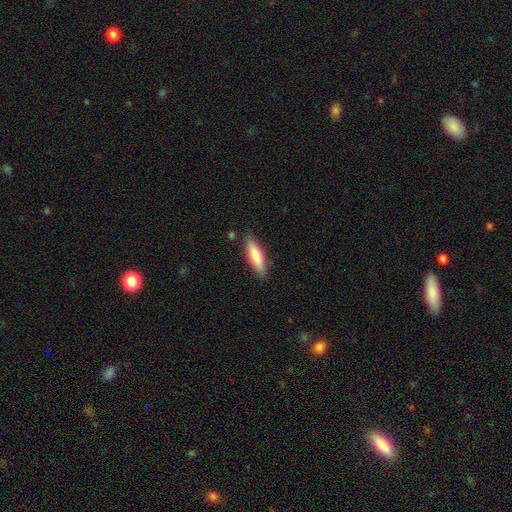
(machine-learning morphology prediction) The model was most divided on "how rounded": cigar-shaped: 63%, in between: 35%, round: 1%. More confident: merging — none (86%); smooth or featured — smooth (77%).